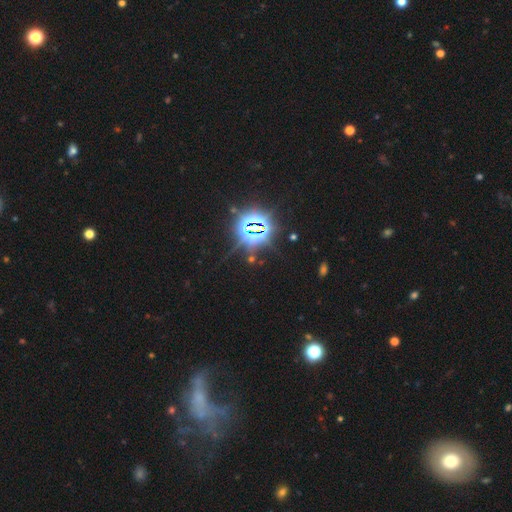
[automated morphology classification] A star or artifact, not a galaxy (73%).